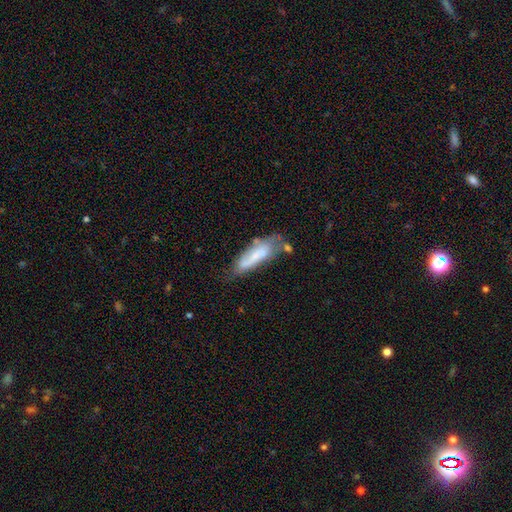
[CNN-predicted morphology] Smooth or featured? smooth (55%)
How rounded? cigar-shaped (53%)
Merging? none (39%)